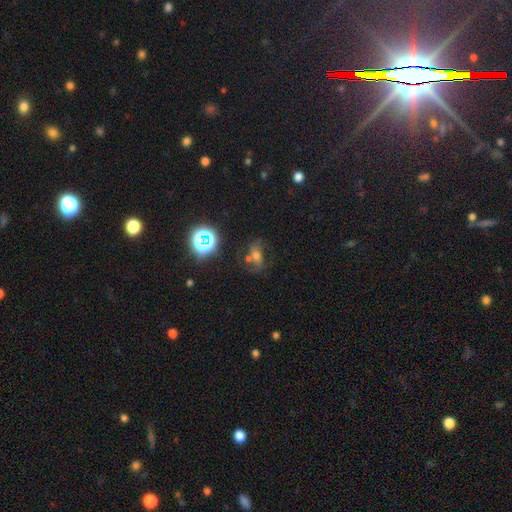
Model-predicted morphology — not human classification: Smooth or featured? smooth (39%)
Merging? none (47%)